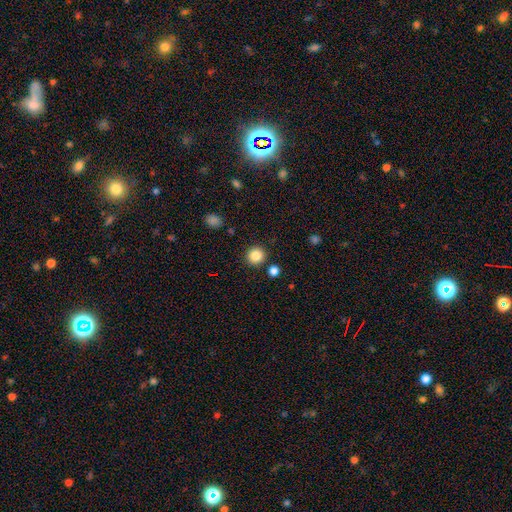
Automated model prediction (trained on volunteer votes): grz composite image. It shows a smooth galaxy with no disk features (85%) that is round (93%). Merging: none (88%).